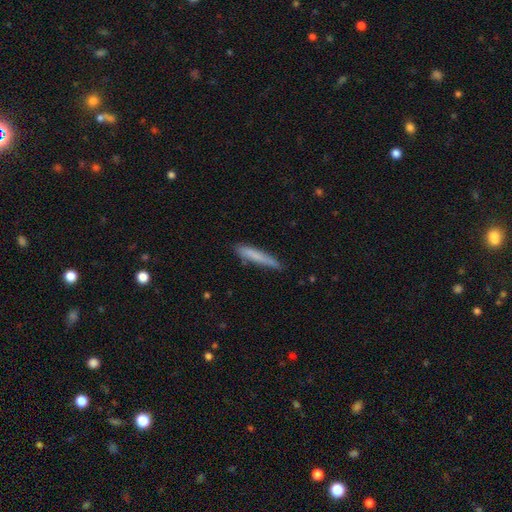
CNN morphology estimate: smooth 73%, featured or disk 21%, star or artifact 6%. Down the decision tree: how rounded — cigar-shaped (94%); merging — none (79%).